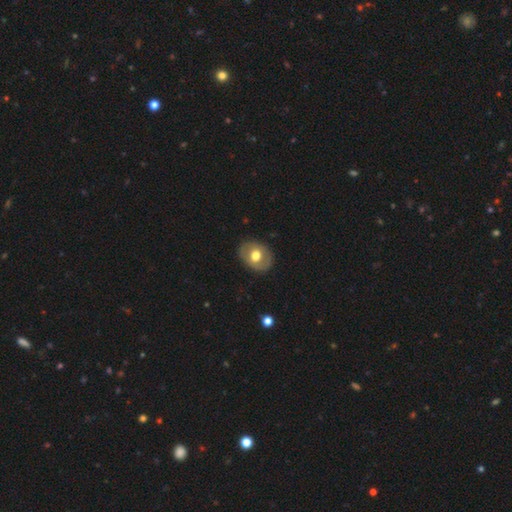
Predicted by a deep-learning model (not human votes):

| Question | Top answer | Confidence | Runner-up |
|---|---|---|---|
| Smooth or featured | smooth | 55% | featured or disk (39%) |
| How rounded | in between | 52% | round (47%) |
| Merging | none | 85% | minor disturbance (11%) |